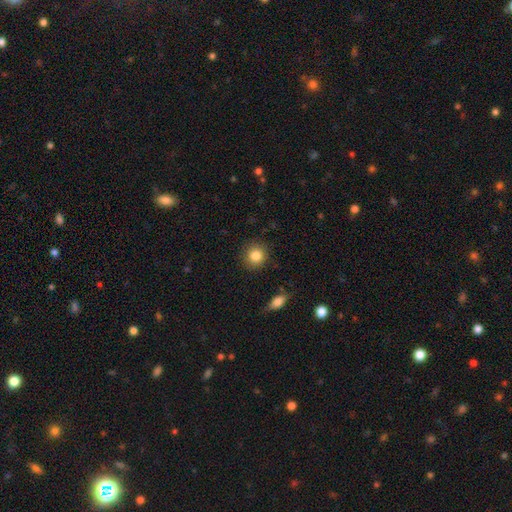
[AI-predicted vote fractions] smooth 85%, star or artifact 9%, featured or disk 6%. Down the decision tree: how rounded — round (88%); merging — none (87%).